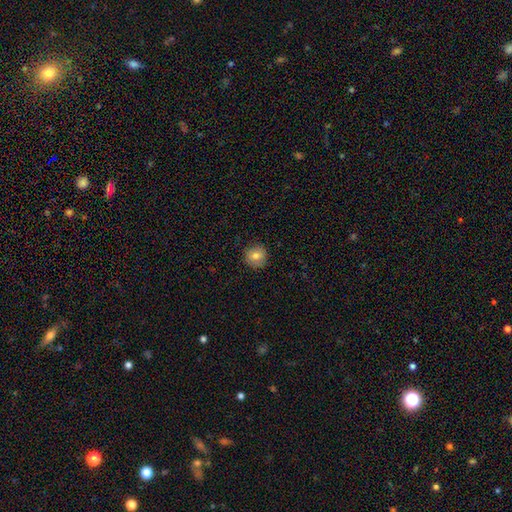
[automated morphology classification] smooth_or_featured: smooth (p=0.78) [alt: featured or disk p=0.12]
how_rounded: round (p=0.93) [alt: in between p=0.06]
merging: none (p=0.89) [alt: minor disturbance p=0.08]